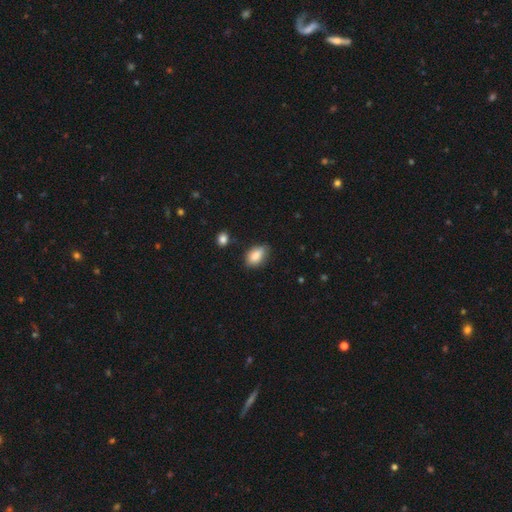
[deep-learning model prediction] Smooth or featured? smooth (86%)
How rounded? in between (90%)
Merging? none (70%)